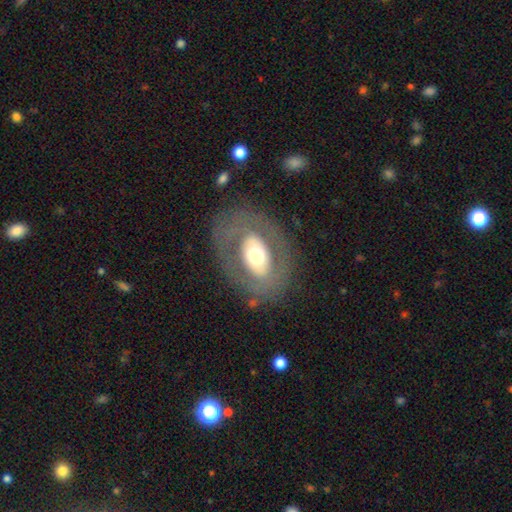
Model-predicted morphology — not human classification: Overall: featured or disk (55%; smooth 38%). Edge-on disk: no (92%). Bar: no (69%). Spiral arms: no (78%). Bulge size: moderate (51%; large 35%). Merging: none (77%).